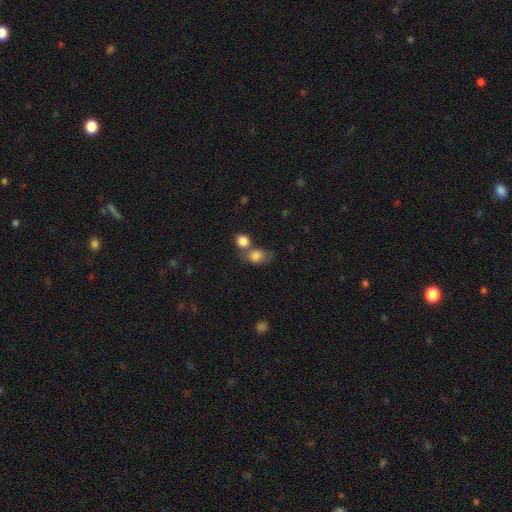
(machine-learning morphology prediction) smooth-or-featured: smooth: 81% | featured or disk: 10% | star or artifact: 9%
  how-rounded: in between: 60% | round: 38% | cigar-shaped: 2%
  merging: merger: 47% | none: 33% | minor disturbance: 13% | major disturbance: 7%